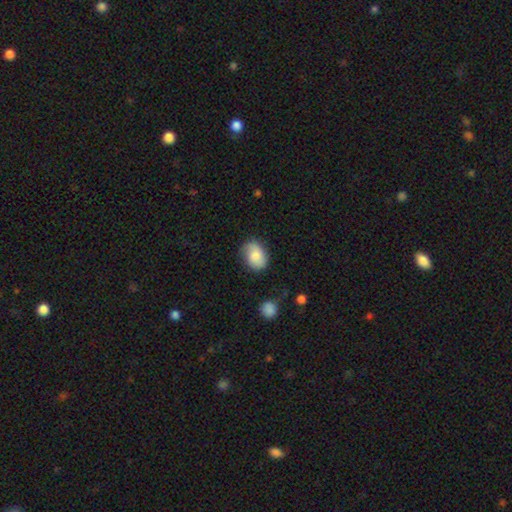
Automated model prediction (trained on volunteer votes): This is likely a smooth galaxy (71%). How rounded: likely in between (70%). Merging: likely none (67%).